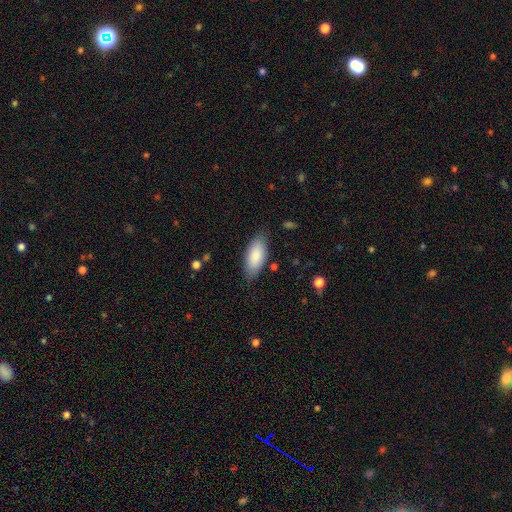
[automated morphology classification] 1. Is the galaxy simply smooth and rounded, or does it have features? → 85% smooth, 9% featured or disk, 6% star or artifact.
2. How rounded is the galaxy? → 89% in between, 10% cigar-shaped, 2% round.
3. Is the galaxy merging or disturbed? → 79% none, 16% minor disturbance, 3% major disturbance, 2% merger.